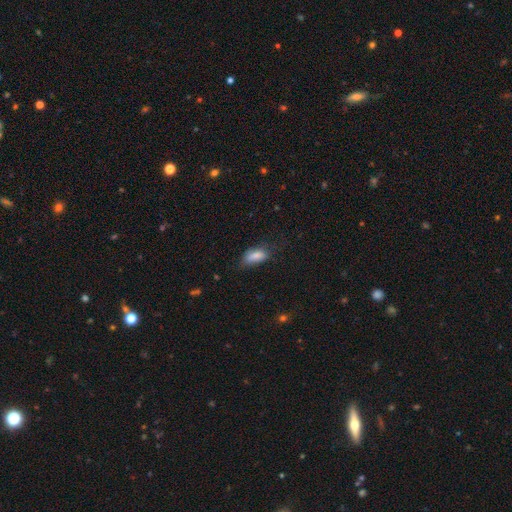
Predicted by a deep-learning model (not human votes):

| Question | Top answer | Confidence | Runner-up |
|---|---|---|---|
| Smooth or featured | smooth | 81% | featured or disk (10%) |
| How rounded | in between | 88% | cigar-shaped (8%) |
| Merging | none | 53% | minor disturbance (31%) |